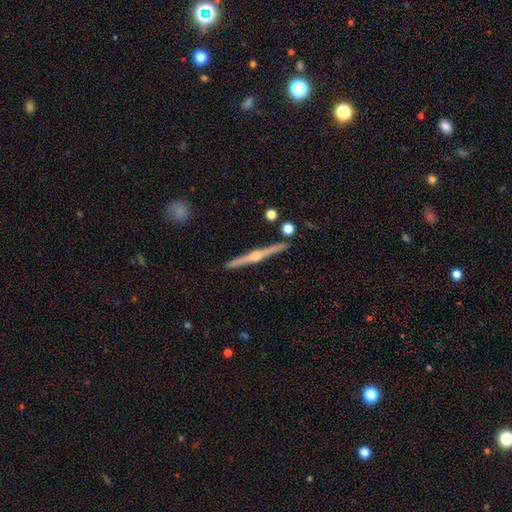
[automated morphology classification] Overall: featured or disk (83%). Edge-on disk: yes (99%). Edge-on bulge: rounded (90%). Merging: none (91%).